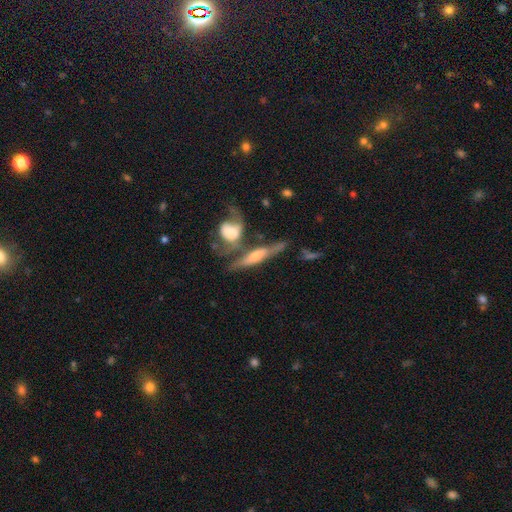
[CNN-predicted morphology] type=featured or disk (66%); edge-on=yes (81%); edge-on bulge=rounded (78%); merging=none (46%).